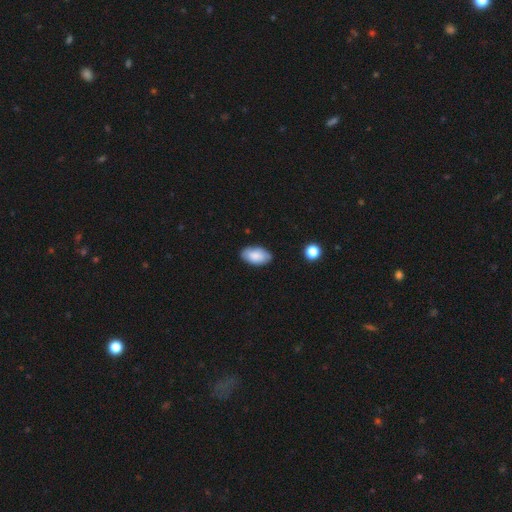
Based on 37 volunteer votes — A smooth galaxy with no disk features (89%) that is in between round and cigar-shaped (94%).

Vote fractions:
- Smooth or featured? smooth: 89% / featured or disk: 8% / star or artifact: 3%
- How rounded? in between: 94% / round: 6% / cigar-shaped: 0%
- Merging? none: 81% / minor disturbance: 11% / major disturbance: 6% / merger: 3%